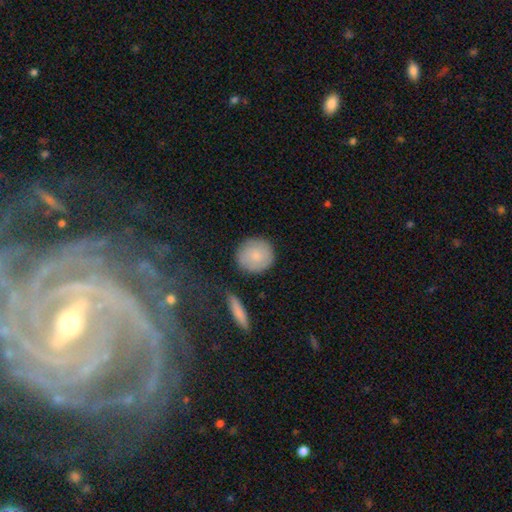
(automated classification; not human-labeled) Morphology: type=smooth (78%); roundness=round (90%); merging=none (84%).